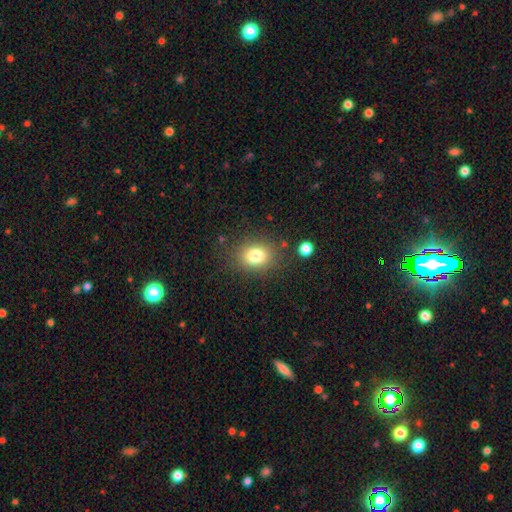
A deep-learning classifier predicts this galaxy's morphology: The model was most divided on "how rounded": round: 51%, in between: 48%, cigar-shaped: 1%. More confident: merging — none (82%); smooth or featured — smooth (79%).